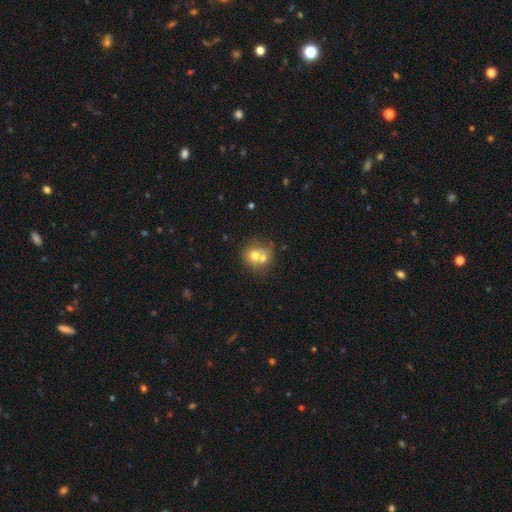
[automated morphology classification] Smooth or featured? smooth (64%)
How rounded? round (80%)
Merging? merger (51%)